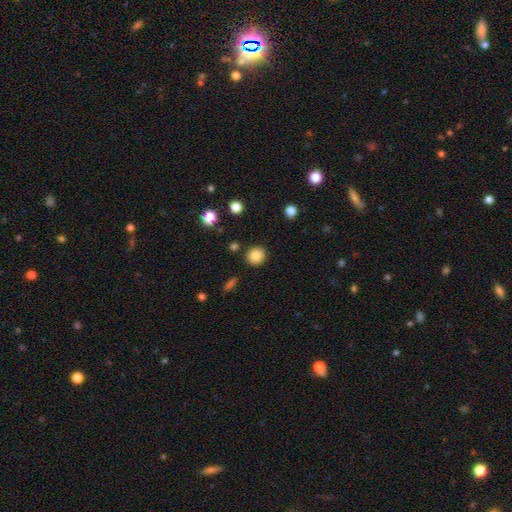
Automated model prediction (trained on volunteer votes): Smooth or featured: smooth — 85% (star or artifact — 10%)
How rounded: round — 88% (in between — 11%)
Merging: none — 89% (minor disturbance — 7%)